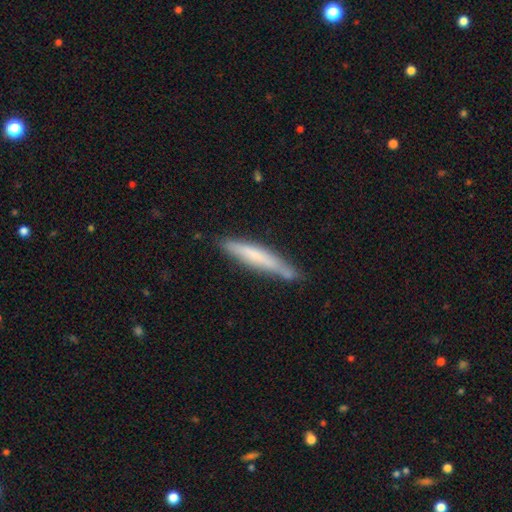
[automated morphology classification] smooth_or_featured: smooth (p=0.62) [alt: featured or disk p=0.32]
how_rounded: cigar-shaped (p=0.94) [alt: in between p=0.05]
merging: none (p=0.71) [alt: minor disturbance p=0.21]